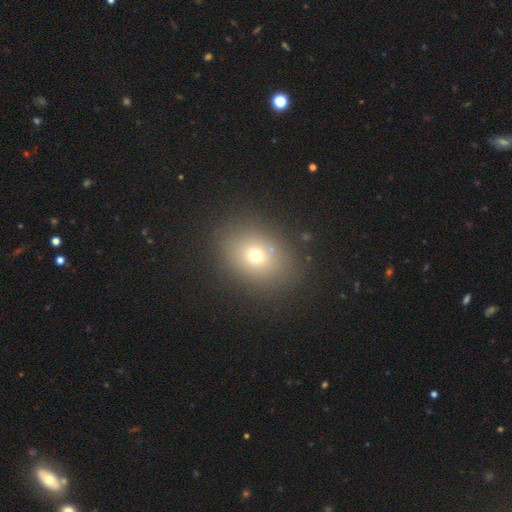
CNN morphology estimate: Smooth or featured? Predicted: smooth (p=0.68). How rounded? Predicted: in between (p=0.50). Merging? Predicted: none (p=0.85).